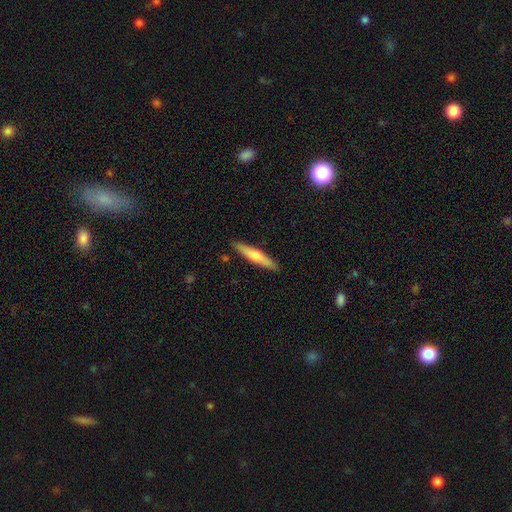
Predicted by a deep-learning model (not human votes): This appears to be a smooth galaxy with no disk features (60%) that is cigar-shaped (89%). Merging: none (89%).